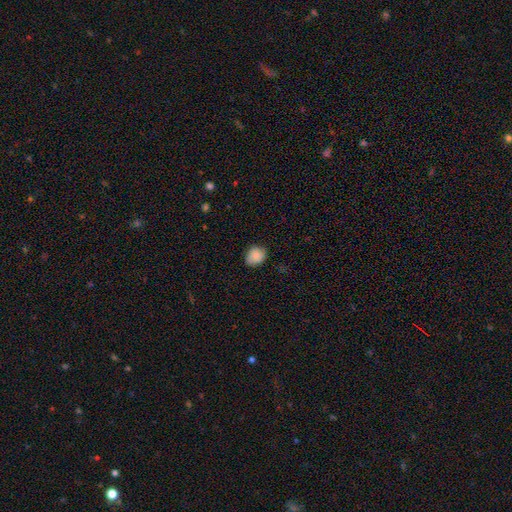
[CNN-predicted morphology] Smooth or featured? Predicted: smooth (p=0.86). How rounded? Predicted: round (p=0.59). Merging? Predicted: none (p=0.73).